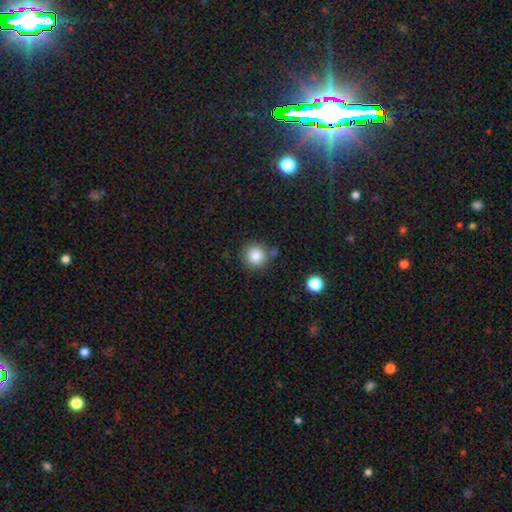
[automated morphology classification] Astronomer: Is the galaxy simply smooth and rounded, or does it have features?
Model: smooth — 84%.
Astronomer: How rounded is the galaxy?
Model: round — 93%.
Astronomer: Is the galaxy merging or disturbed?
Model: none — 80%.